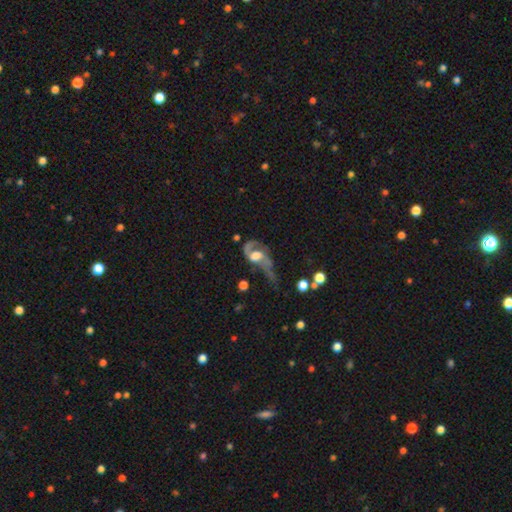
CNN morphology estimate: type=featured or disk (71%); edge-on=no (95%); bar=no (55%); spiral arms=yes (80%); winding=loose (59%); arm count=2 (69%); bulge=large (43%); merging=major disturbance (53%).